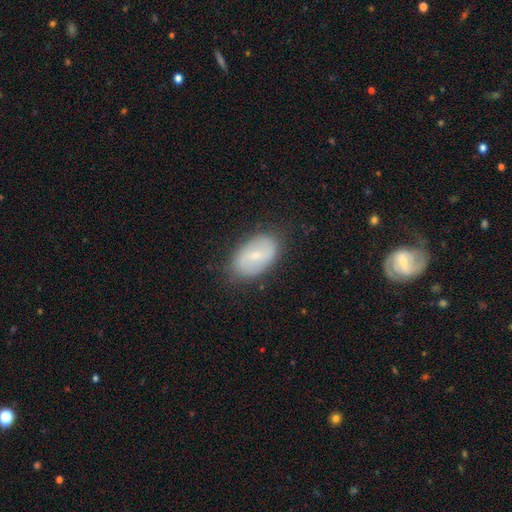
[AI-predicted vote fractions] Smooth or featured? smooth (51%)
How rounded? in between (91%)
Merging? none (82%)